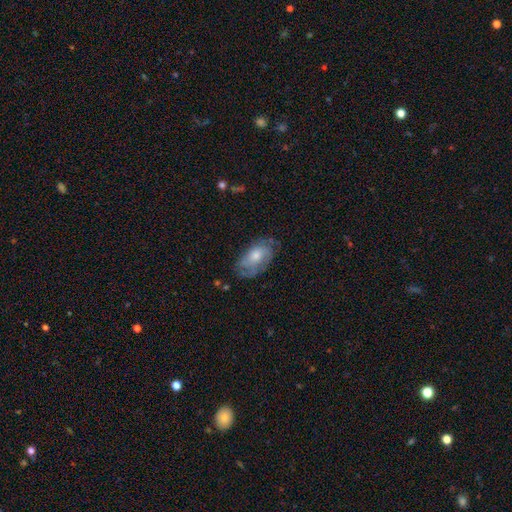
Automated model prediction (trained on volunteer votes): Smooth or featured: featured or disk — 55% (smooth — 38%)
Edge-on disk: no — 94% (yes — 6%)
Bar: no — 78% (weak — 19%)
Spiral arms: yes — 77% (no — 23%)
Bulge size: moderate — 56% (small — 26%)
Merging: none — 63% (minor disturbance — 25%)